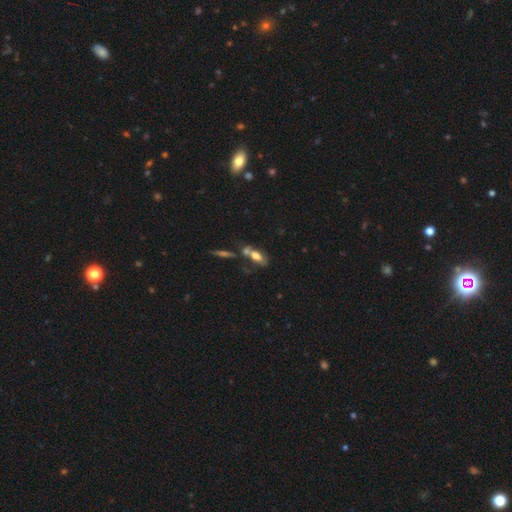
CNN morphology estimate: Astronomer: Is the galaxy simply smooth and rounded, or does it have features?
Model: smooth — 63%.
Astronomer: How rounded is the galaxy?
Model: in between — 78%.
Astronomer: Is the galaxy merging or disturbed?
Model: merger — 43% (runner-up: none, 37%).